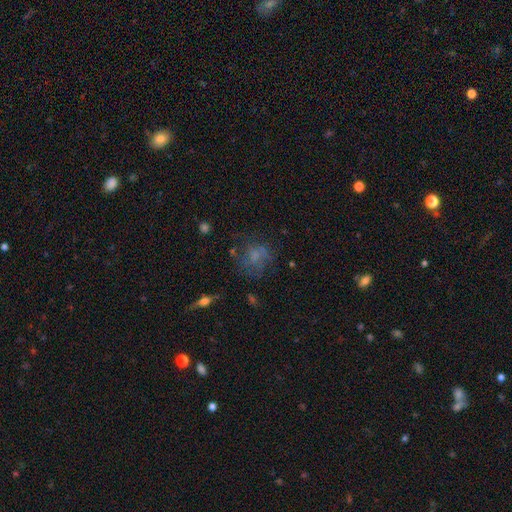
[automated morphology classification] Q: Smooth or featured?
A: smooth (47%); runner-up: featured or disk (35%)
Q: Merging?
A: none (54%); runner-up: minor disturbance (21%)